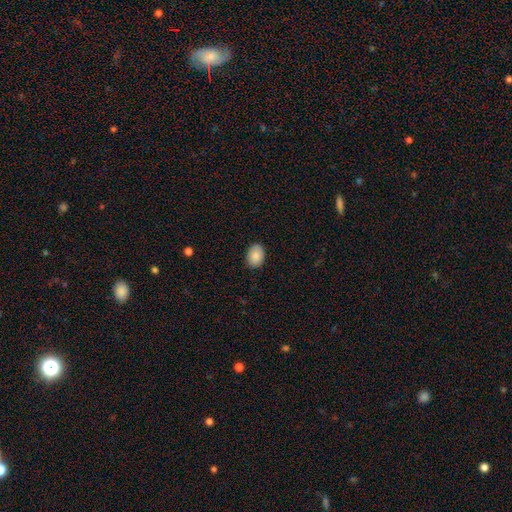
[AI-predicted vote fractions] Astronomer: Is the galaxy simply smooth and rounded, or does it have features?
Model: smooth — 88%.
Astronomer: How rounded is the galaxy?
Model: in between — 73%.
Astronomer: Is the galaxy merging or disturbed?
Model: none — 88%.